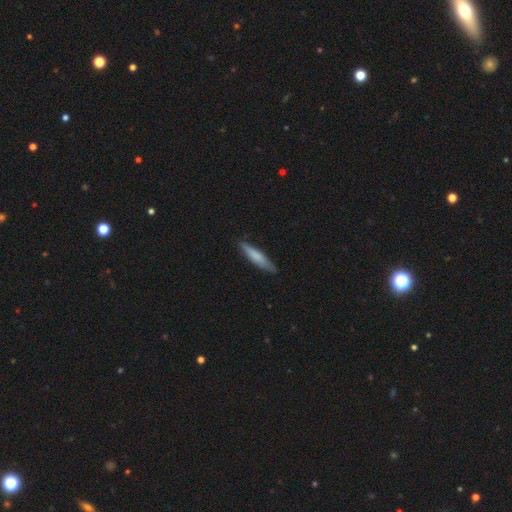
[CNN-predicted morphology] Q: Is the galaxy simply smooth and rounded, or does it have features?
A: smooth — 71%.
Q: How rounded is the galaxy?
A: cigar-shaped — 88%.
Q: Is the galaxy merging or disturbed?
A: none — 84%.